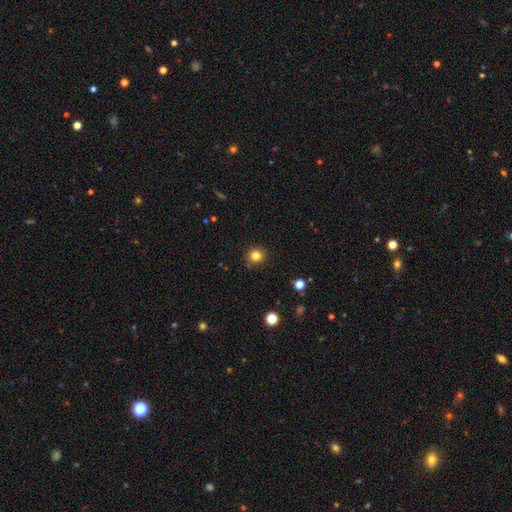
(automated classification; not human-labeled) Smooth or featured: smooth — 81% (star or artifact — 13%)
How rounded: round — 92% (in between — 7%)
Merging: none — 90% (minor disturbance — 7%)